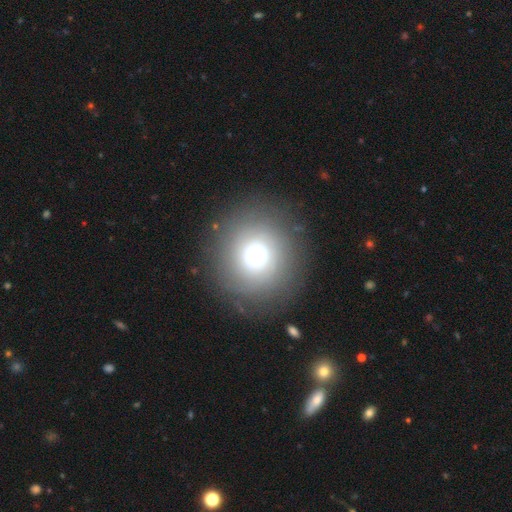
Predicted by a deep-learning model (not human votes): This is possibly a smooth galaxy (59%). How rounded: clearly round (92%). Merging: clearly none (84%).